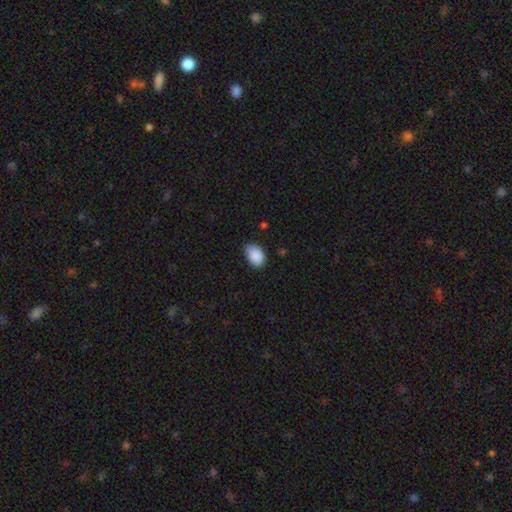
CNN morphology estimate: This is clearly a smooth galaxy (89%). How rounded: clearly in between (86%). Merging: likely none (67%).